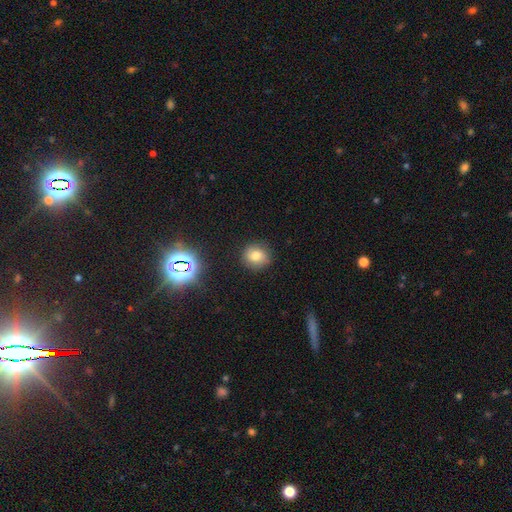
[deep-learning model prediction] Overall: smooth (73%). How rounded: round (83%). Merging: none (86%).